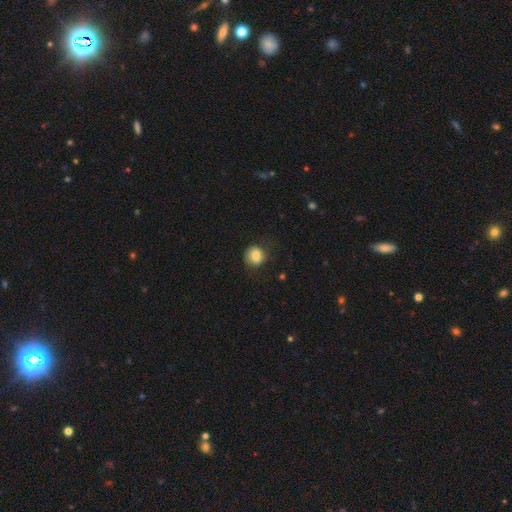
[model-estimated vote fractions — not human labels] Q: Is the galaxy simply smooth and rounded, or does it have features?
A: smooth — 84%.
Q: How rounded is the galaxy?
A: round — 75%.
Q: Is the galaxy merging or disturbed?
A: none — 71%.